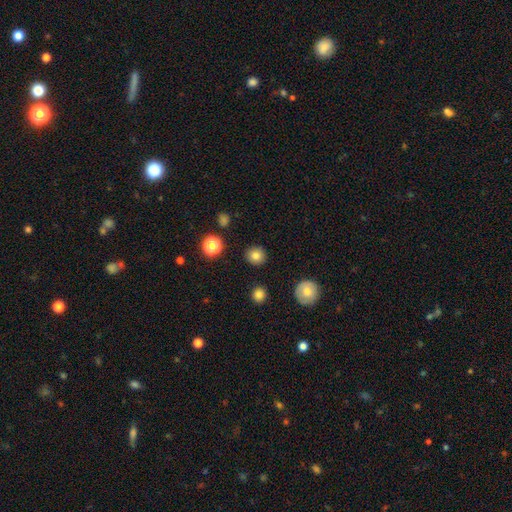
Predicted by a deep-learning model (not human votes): smooth 81%, star or artifact 12%, featured or disk 7%. Down the decision tree: how rounded — round (93%); merging — none (91%).